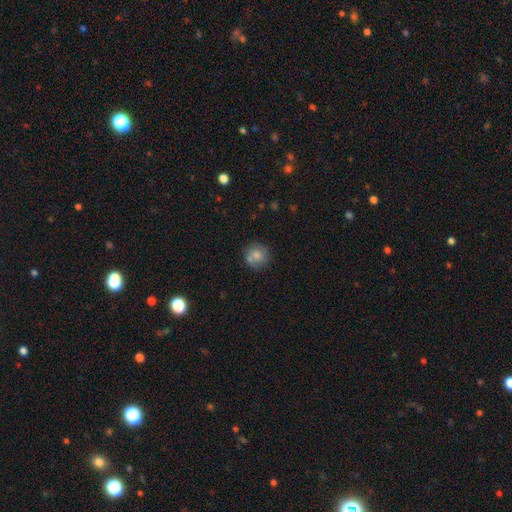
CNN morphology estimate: smooth 75%, featured or disk 16%, star or artifact 9%. Down the decision tree: how rounded — round (88%); merging — none (65%).